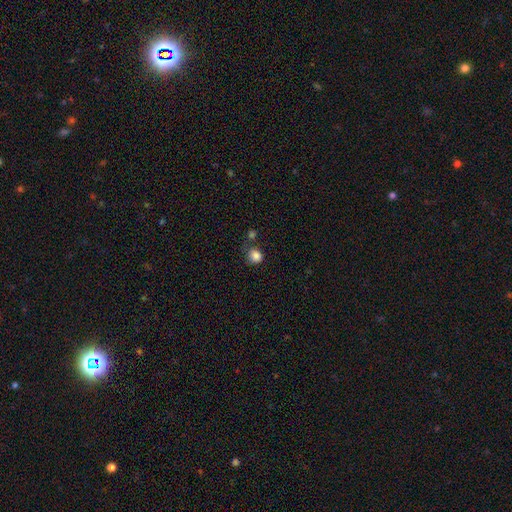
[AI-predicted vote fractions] Overall: smooth (85%). How rounded: round (79%). Merging: none (63%).